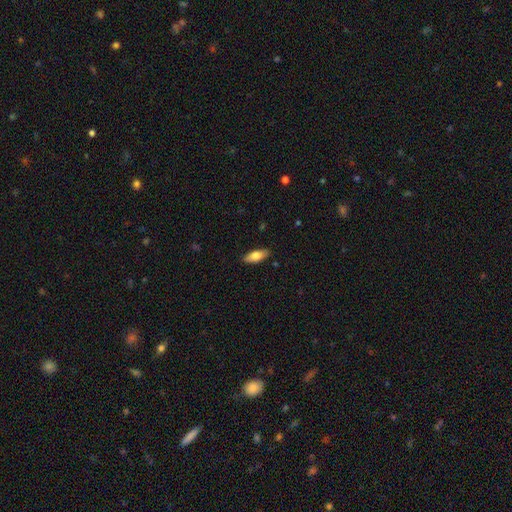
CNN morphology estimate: A smooth galaxy with no disk features (73%) that is in between round and cigar-shaped (73%).

Vote fractions:
- Smooth or featured? smooth: 73% / featured or disk: 21% / star or artifact: 6%
- How rounded? in between: 73% / cigar-shaped: 25% / round: 2%
- Merging? none: 88% / minor disturbance: 9% / major disturbance: 2% / merger: 1%